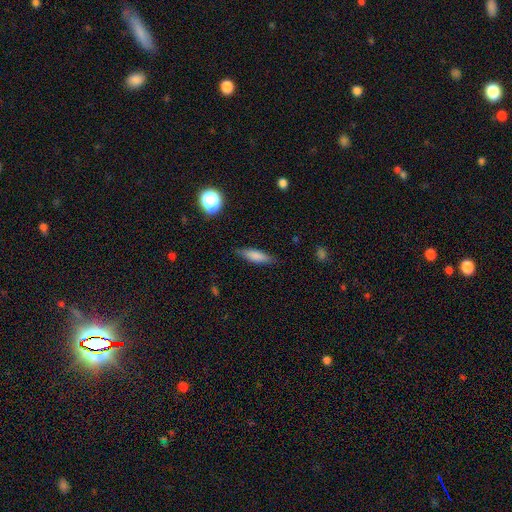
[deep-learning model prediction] Q: Smooth or featured?
A: smooth (76%); runner-up: featured or disk (16%)
Q: How rounded?
A: cigar-shaped (60%); runner-up: in between (38%)
Q: Merging?
A: none (83%); runner-up: minor disturbance (13%)